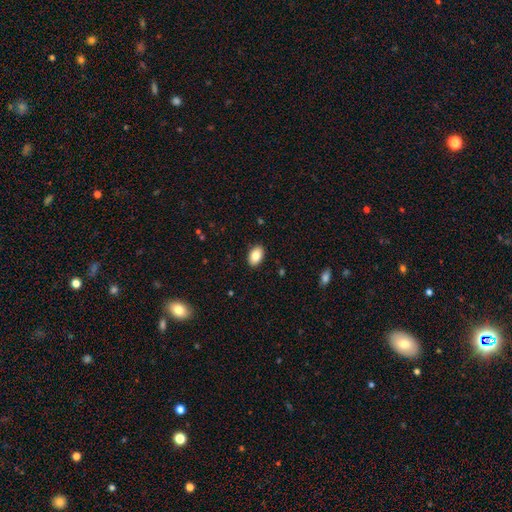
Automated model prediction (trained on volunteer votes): smooth-or-featured: smooth: 84% | featured or disk: 8% | star or artifact: 7%
  how-rounded: in between: 91% | round: 7% | cigar-shaped: 1%
  merging: none: 89% | minor disturbance: 8% | major disturbance: 2% | merger: 1%